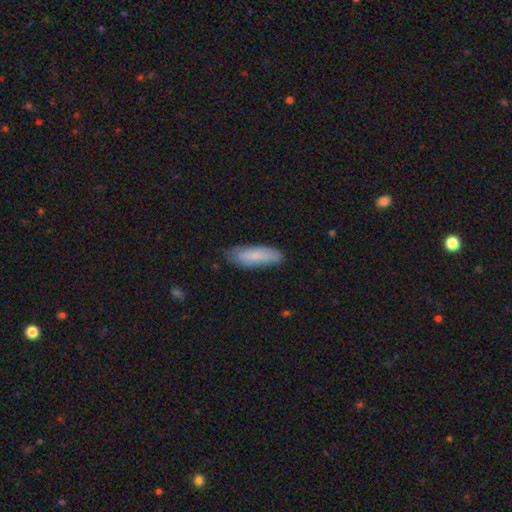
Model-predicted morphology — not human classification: A smooth galaxy with no disk features (76%) that is in between round and cigar-shaped (53%).

Vote fractions:
- Smooth or featured? smooth: 76% / featured or disk: 18% / star or artifact: 6%
- How rounded? in between: 53% / cigar-shaped: 45% / round: 2%
- Merging? none: 74% / minor disturbance: 21% / major disturbance: 4% / merger: 1%